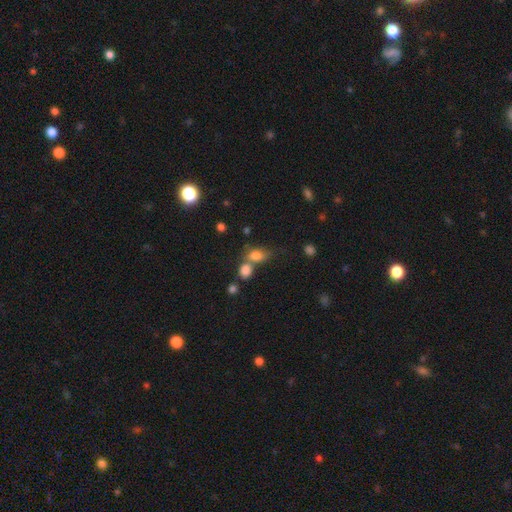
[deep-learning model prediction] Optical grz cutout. It shows a smooth galaxy with no disk features (77%) that is in between round and cigar-shaped (77%). Merging: merger (42%).